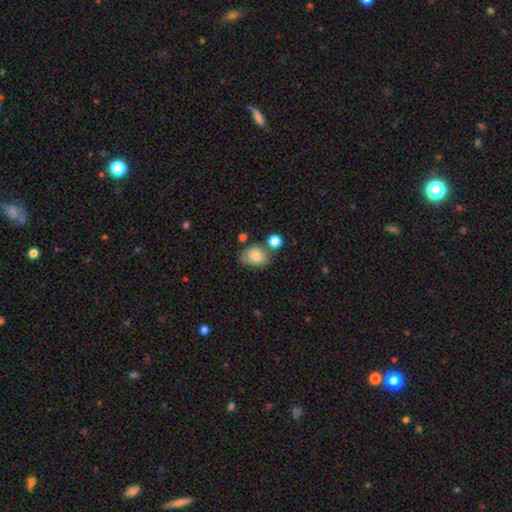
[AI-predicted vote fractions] Smooth or featured? Predicted: smooth (p=0.78). How rounded? Predicted: in between (p=0.62). Merging? Predicted: none (p=0.55).